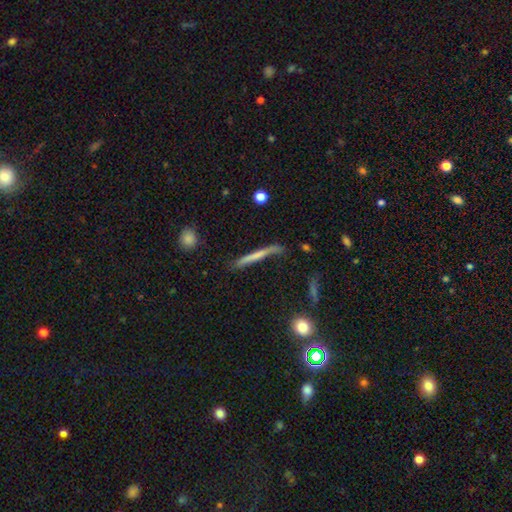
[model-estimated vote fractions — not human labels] This is possibly a smooth galaxy (52%). How rounded: clearly cigar-shaped (95%). Merging: likely none (65%).